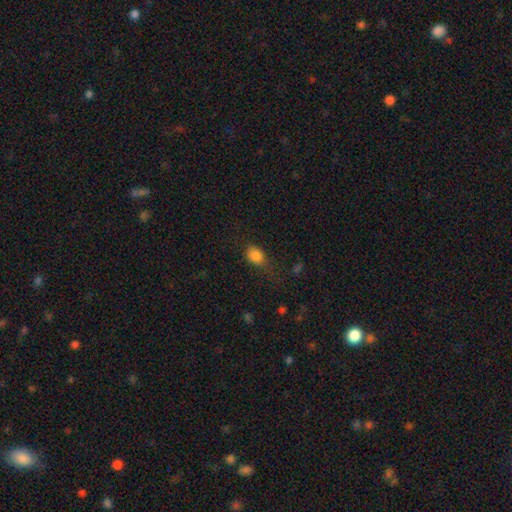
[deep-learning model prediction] smooth-or-featured: smooth: 84% | star or artifact: 10% | featured or disk: 6%
  how-rounded: in between: 65% | round: 32% | cigar-shaped: 2%
  merging: none: 57% | minor disturbance: 28% | major disturbance: 13% | merger: 2%